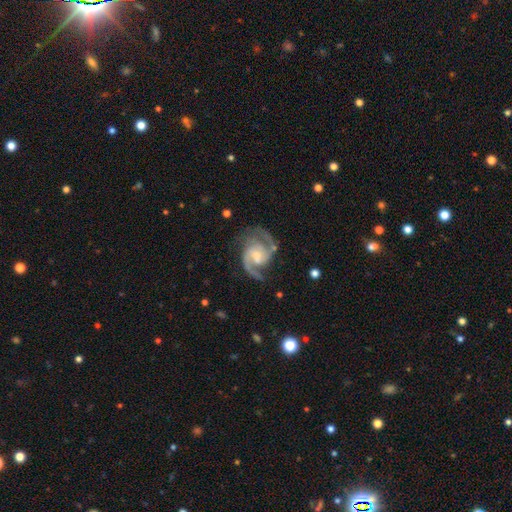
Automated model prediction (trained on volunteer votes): A featured or disk galaxy (91%) with a weak bar (46%), 2 (83%) medium (60%) spiral arms (98%) and a small central bulge (48%).

Vote fractions:
- Smooth or featured? featured or disk: 91% / star or artifact: 5% / smooth: 4%
- Edge-on disk? no: 98% / yes: 2%
- Bar? weak: 46% / no: 43% / strong: 12%
- Spiral arms? yes: 98% / no: 2%
- Spiral winding? medium: 60% / tight: 22% / loose: 18%
- Spiral arm count? 2: 83% / 3: 8% / can't tell: 3% / 1: 2% / 4: 2% / more than 4: 2%
- Bulge size? small: 48% / moderate: 38% / none: 9% / large: 4% / dominant: 1%
- Merging? none: 71% / minor disturbance: 17% / major disturbance: 10% / merger: 2%